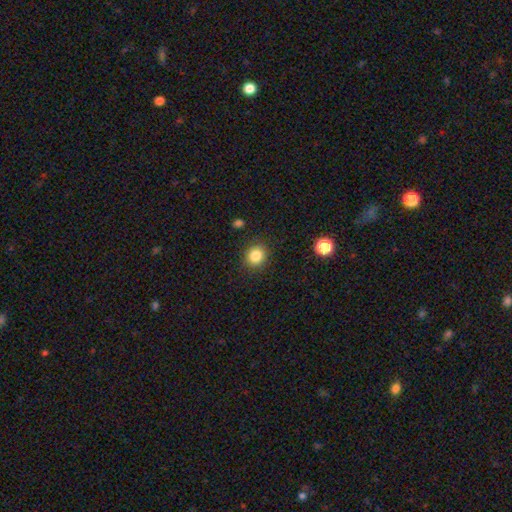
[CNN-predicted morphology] Q: Smooth or featured?
A: smooth (84%); runner-up: star or artifact (11%)
Q: How rounded?
A: round (82%); runner-up: in between (17%)
Q: Merging?
A: none (88%); runner-up: minor disturbance (8%)